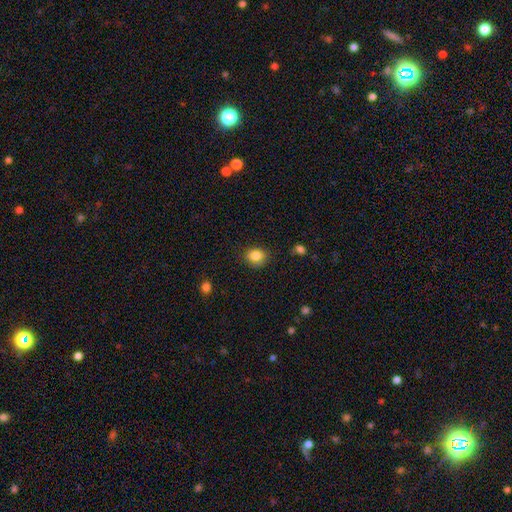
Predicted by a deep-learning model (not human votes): This appears to be a smooth galaxy with no disk features (85%) that is round (64%). Merging: none (84%).